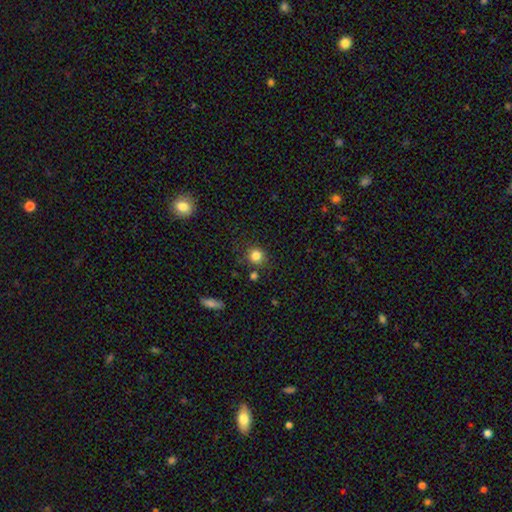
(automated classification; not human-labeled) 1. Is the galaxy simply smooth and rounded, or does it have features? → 83% smooth, 11% star or artifact, 5% featured or disk.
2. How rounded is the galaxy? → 88% round, 11% in between, 1% cigar-shaped.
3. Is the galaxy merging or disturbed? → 80% none, 11% minor disturbance, 6% merger, 4% major disturbance.